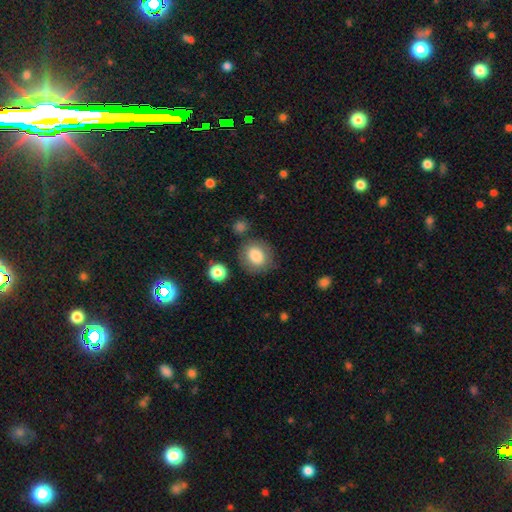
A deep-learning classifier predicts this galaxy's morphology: Smooth or featured? smooth (83%)
How rounded? round (75%)
Merging? none (76%)